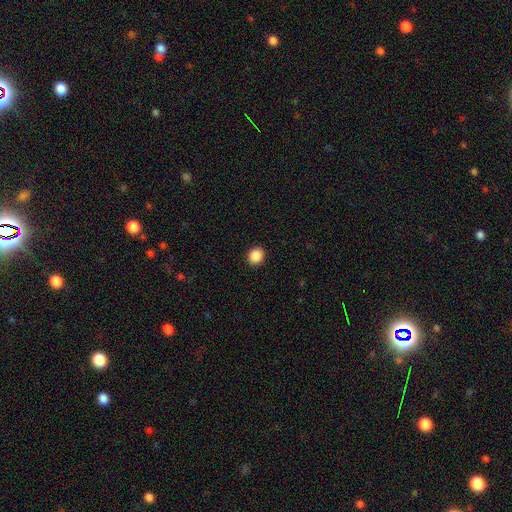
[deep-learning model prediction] smooth_or_featured: smooth (p=0.88) [alt: star or artifact p=0.09]
how_rounded: round (p=0.83) [alt: in between p=0.16]
merging: none (p=0.92) [alt: minor disturbance p=0.05]